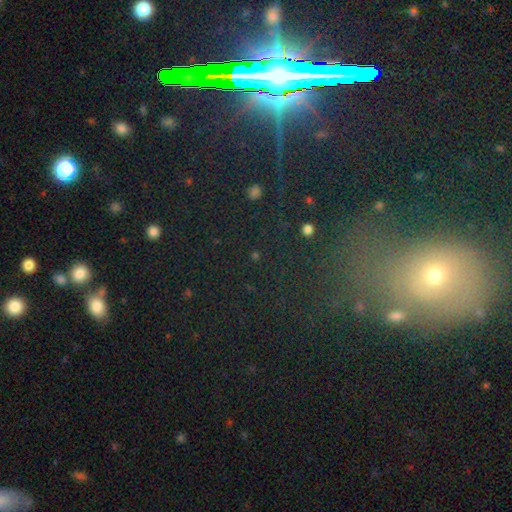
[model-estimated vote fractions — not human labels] Morphology: type=star or artifact (68%).